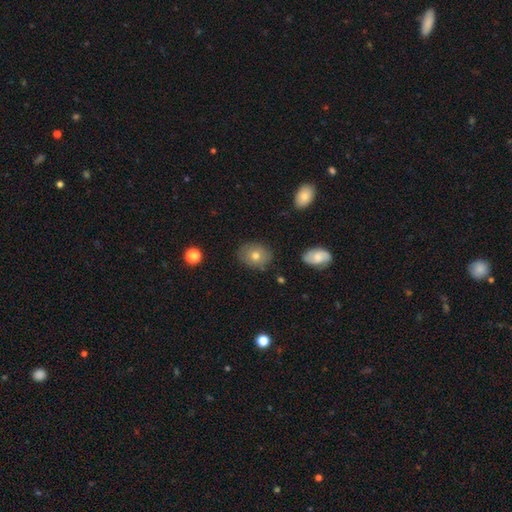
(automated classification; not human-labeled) This is likely a smooth galaxy (72%). How rounded: possibly in between (51%). Merging: clearly none (82%).